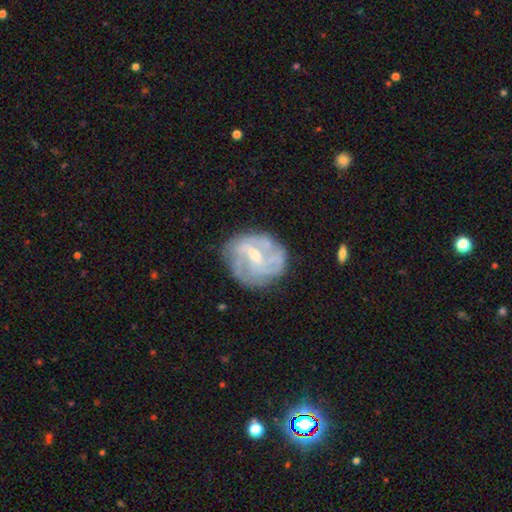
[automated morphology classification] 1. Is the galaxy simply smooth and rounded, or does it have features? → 76% featured or disk, 17% smooth, 7% star or artifact.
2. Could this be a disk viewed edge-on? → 98% no, 2% yes.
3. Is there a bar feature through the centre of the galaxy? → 53% weak, 29% no, 18% strong.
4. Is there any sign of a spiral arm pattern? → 80% yes, 20% no.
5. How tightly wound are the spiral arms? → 40% tight, 38% medium, 22% loose.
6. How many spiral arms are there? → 38% can't tell, 24% 2, 18% 3, 10% 4, 5% 1, 5% more than 4.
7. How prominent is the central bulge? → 59% small, 35% moderate, 4% none, 2% large, 1% dominant.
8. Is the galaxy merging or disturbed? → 69% none, 19% minor disturbance, 10% major disturbance, 2% merger.